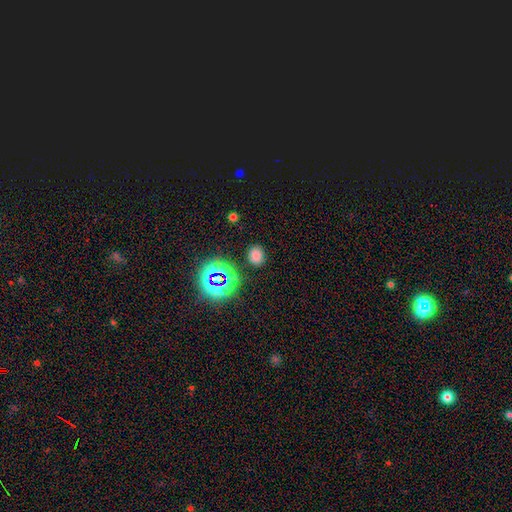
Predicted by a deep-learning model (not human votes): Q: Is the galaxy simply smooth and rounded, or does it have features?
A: smooth — 70%.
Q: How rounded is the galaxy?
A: in between — 51%.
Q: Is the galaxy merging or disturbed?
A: none — 85%.